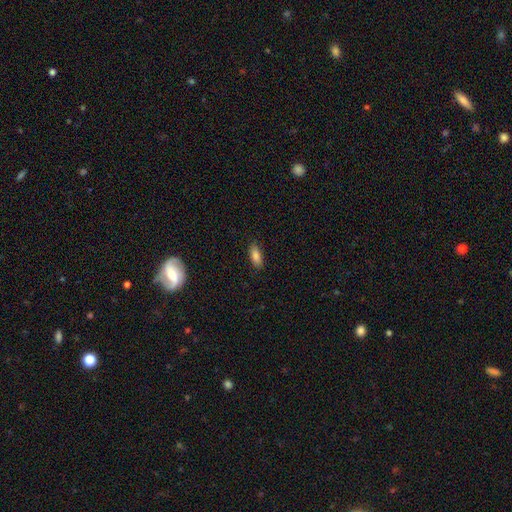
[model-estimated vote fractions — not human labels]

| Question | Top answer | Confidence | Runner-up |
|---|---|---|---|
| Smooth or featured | smooth | 85% | star or artifact (8%) |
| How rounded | in between | 81% | cigar-shaped (17%) |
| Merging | none | 87% | minor disturbance (10%) |